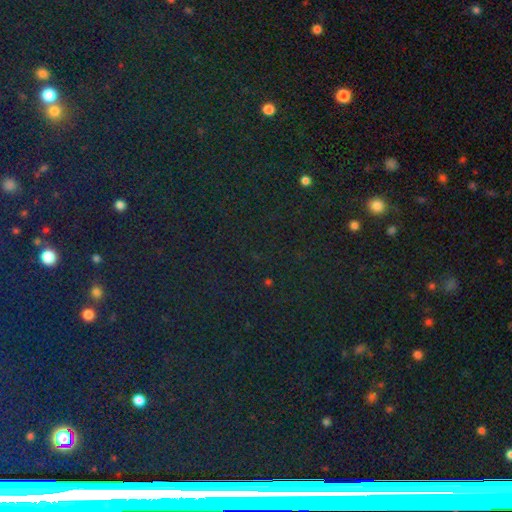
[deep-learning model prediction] Smooth or featured? star or artifact (79%)